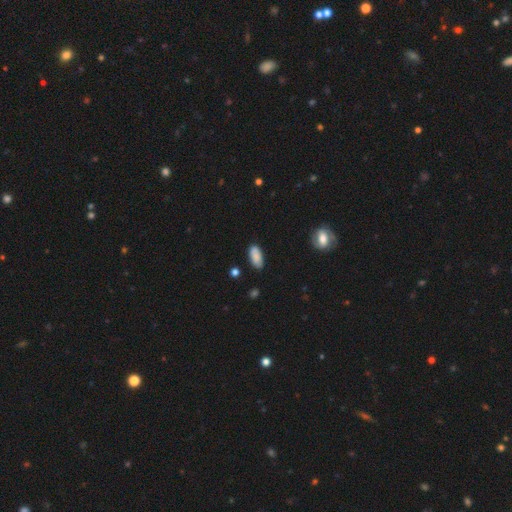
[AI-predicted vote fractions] smooth_or_featured: smooth (p=0.83) [alt: featured or disk p=0.09]
how_rounded: in between (p=0.90) [alt: cigar-shaped p=0.08]
merging: none (p=0.78) [alt: minor disturbance p=0.17]